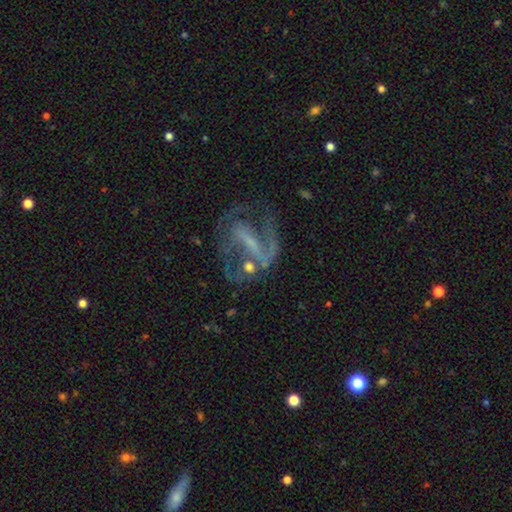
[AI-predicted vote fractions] Smooth or featured? Predicted: featured or disk (p=0.77). Edge-on disk? Predicted: no (p=0.93). Bar? Predicted: strong (p=0.53). Spiral arms? Predicted: yes (p=0.77). Spiral winding? Predicted: medium (p=0.46). Spiral arm count? Predicted: 2 (p=0.68). Bulge size? Predicted: small (p=0.40). Merging? Predicted: none (p=0.47).